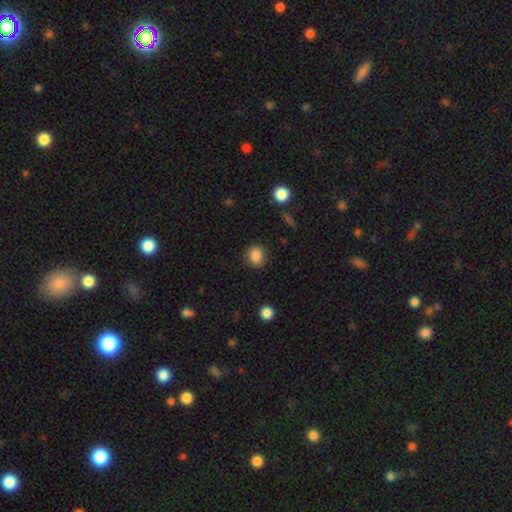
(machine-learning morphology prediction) The model was most divided on "how rounded": round: 73%, in between: 25%, cigar-shaped: 1%. More confident: smooth or featured — smooth (87%); merging — none (85%).